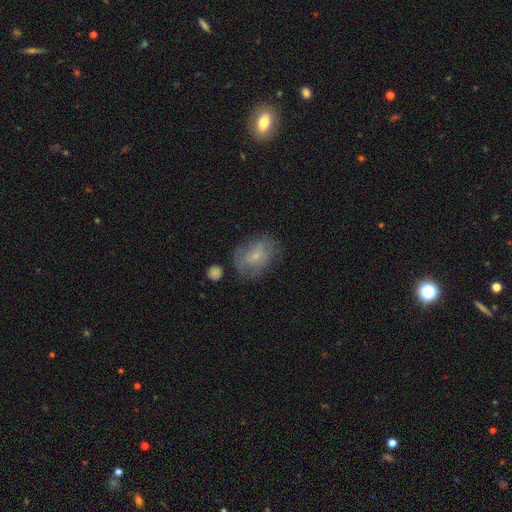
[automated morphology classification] Smooth or featured? Predicted: smooth (p=0.49). Merging? Predicted: none (p=0.54).